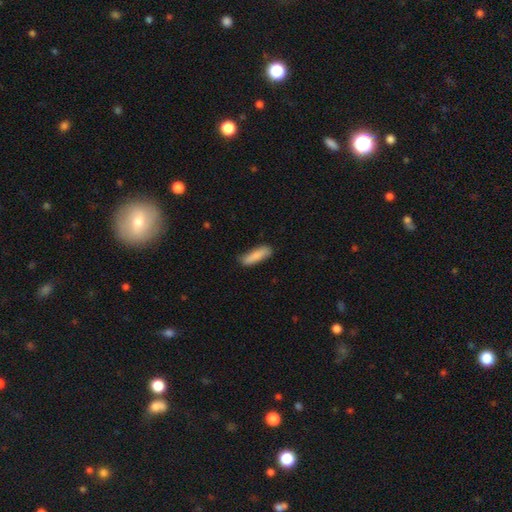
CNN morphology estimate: This is clearly a smooth galaxy (86%). How rounded: possibly cigar-shaped (58%). Merging: likely none (78%).